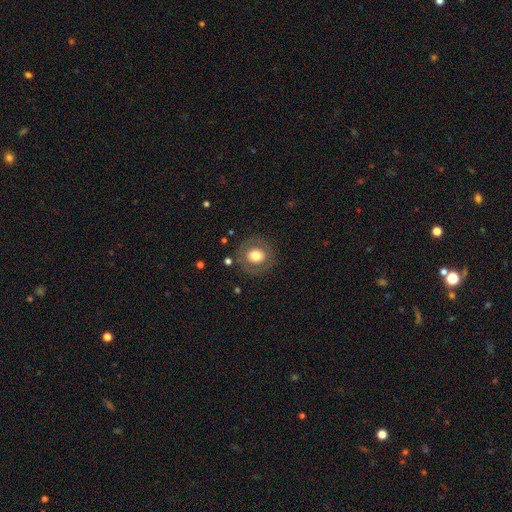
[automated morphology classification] This is likely a smooth galaxy (68%). How rounded: clearly round (86%). Merging: clearly none (85%).